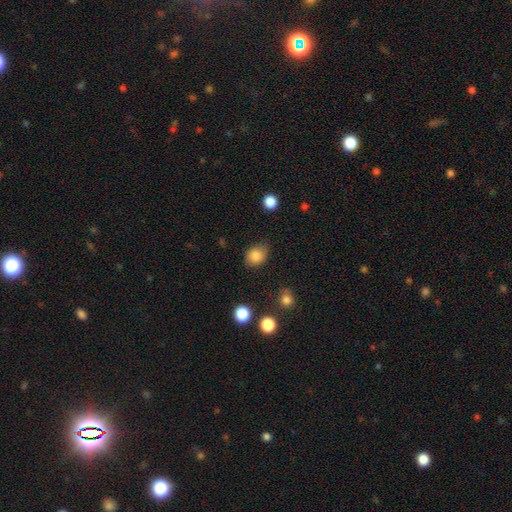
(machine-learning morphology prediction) Smooth or featured? smooth (84%)
How rounded? in between (54%)
Merging? none (76%)